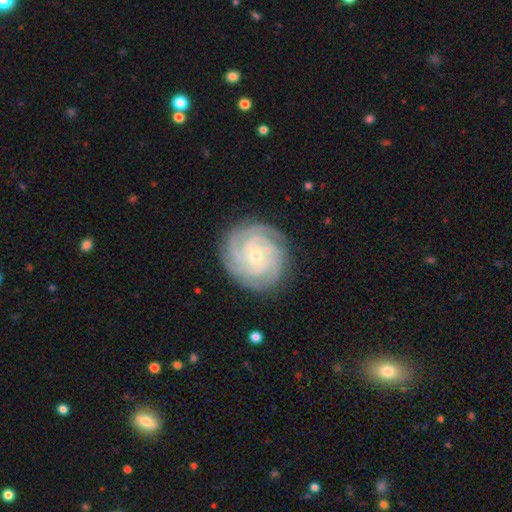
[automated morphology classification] Overall: featured or disk (89%). Edge-on disk: no (98%). Bar: no (72%). Spiral arms: yes (98%). Spiral arm count: 4 (36%; 3 23%). Spiral winding: tight (86%). Bulge size: small (65%; moderate 32%). Merging: none (84%).